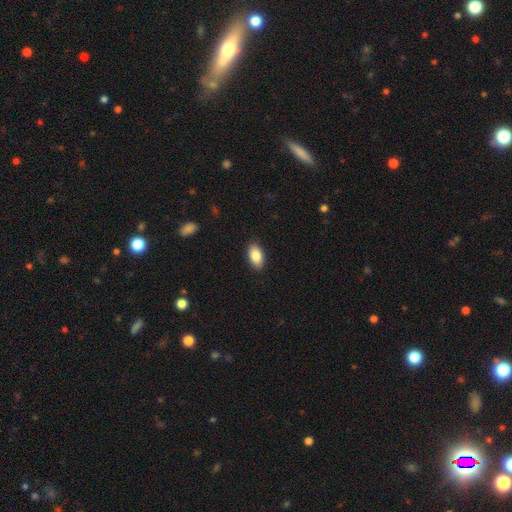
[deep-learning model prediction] The model was most divided on "smooth or featured": smooth: 86%, featured or disk: 7%, star or artifact: 7%. More confident: how rounded — in between (93%); merging — none (89%).